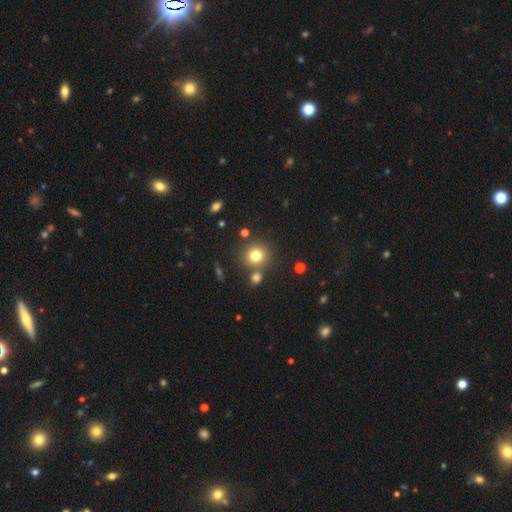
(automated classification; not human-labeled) Smooth or featured? smooth (78%)
How rounded? round (89%)
Merging? none (75%)